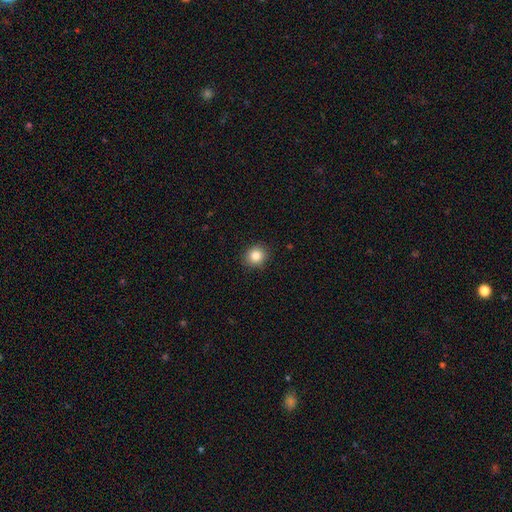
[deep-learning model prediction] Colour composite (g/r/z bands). It shows a smooth galaxy with no disk features (85%) that is round (83%). Merging: none (90%).